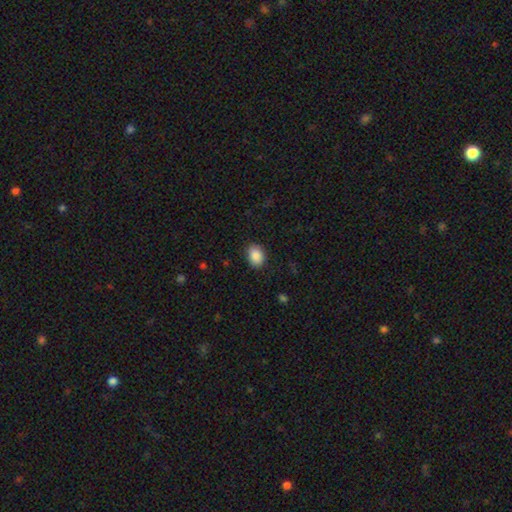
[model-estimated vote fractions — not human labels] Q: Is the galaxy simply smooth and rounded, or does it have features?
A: smooth — 89%.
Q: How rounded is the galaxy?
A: in between — 73%.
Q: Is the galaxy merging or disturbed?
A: none — 86%.